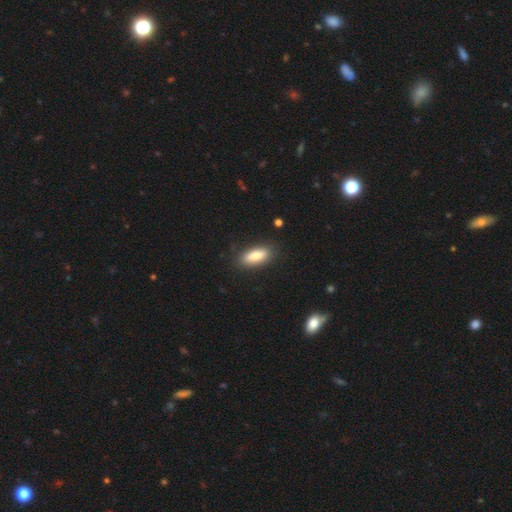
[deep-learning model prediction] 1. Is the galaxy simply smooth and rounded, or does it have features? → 81% smooth, 13% featured or disk, 6% star or artifact.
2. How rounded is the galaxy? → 75% in between, 23% cigar-shaped, 2% round.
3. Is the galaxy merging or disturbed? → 85% none, 11% minor disturbance, 3% major disturbance, 1% merger.